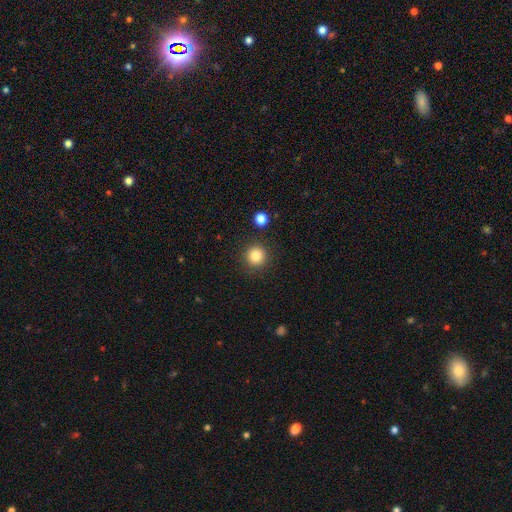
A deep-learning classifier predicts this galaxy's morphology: Q: Smooth or featured?
A: smooth (83%); runner-up: star or artifact (11%)
Q: How rounded?
A: round (94%); runner-up: in between (5%)
Q: Merging?
A: none (89%); runner-up: minor disturbance (6%)